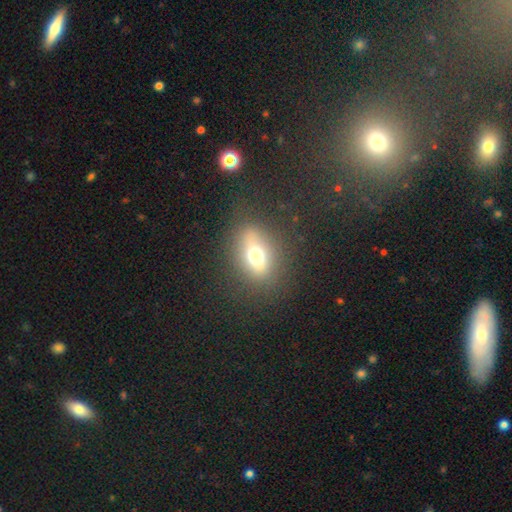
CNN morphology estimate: type=smooth (56%); roundness=in between (58%); merging=none (80%).